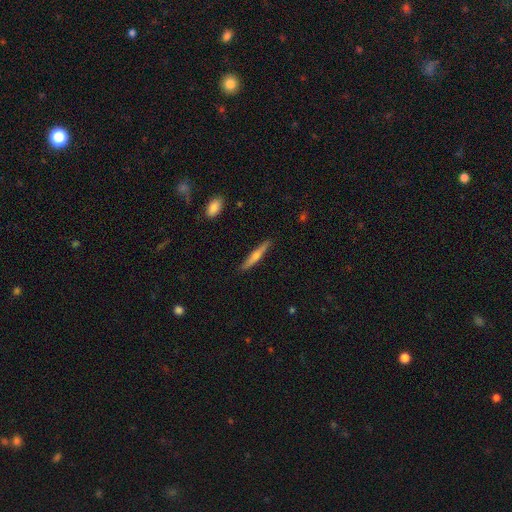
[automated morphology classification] A featured or disk galaxy (55%) viewed edge-on (97%) with a rounded central bulge (79%).

Vote fractions:
- Smooth or featured? featured or disk: 55% / smooth: 39% / star or artifact: 6%
- Edge-on disk? yes: 97% / no: 3%
- Edge-on bulge? rounded: 79% / none: 15% / boxy: 6%
- Merging? none: 89% / minor disturbance: 8% / major disturbance: 2% / merger: 1%